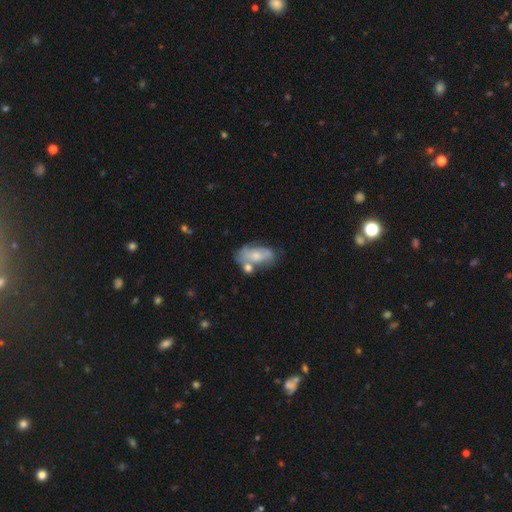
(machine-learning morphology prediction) smooth_or_featured: smooth (p=0.48) [alt: featured or disk p=0.44]
merging: none (p=0.41) [alt: merger p=0.27]